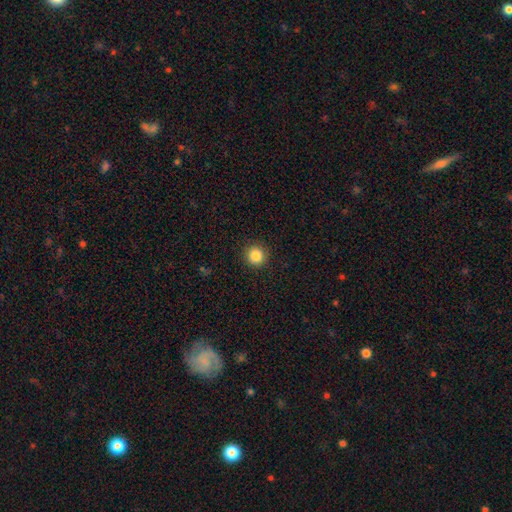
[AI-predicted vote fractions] Smooth or featured?
  - smooth: 86% *
  - star or artifact: 10%
  - featured or disk: 3%
How rounded?
  - round: 94% *
  - in between: 5%
  - cigar-shaped: 1%
Merging?
  - none: 92% *
  - minor disturbance: 5%
  - major disturbance: 2%
  - merger: 1%